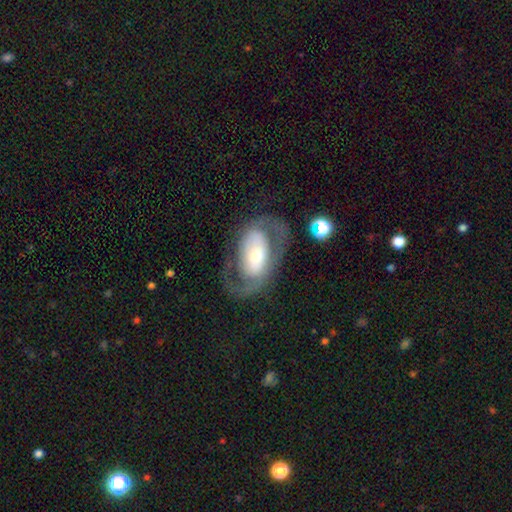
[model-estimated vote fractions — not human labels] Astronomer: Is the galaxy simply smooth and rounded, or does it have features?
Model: featured or disk — 71%.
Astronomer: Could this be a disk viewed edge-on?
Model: no — 94%.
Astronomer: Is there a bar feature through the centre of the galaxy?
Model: no — 54%.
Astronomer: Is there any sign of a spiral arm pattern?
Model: yes — 68%.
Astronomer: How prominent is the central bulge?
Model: moderate — 42% (runner-up: small, 37%).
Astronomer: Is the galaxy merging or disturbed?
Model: none — 65%.